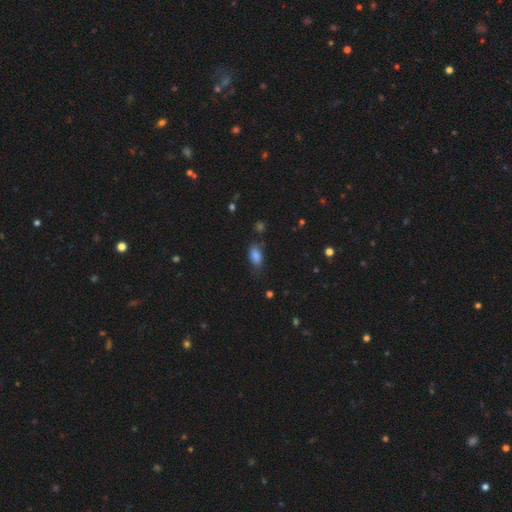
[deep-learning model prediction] Smooth or featured: smooth — 83% (star or artifact — 9%)
How rounded: in between — 89% (cigar-shaped — 6%)
Merging: none — 65% (minor disturbance — 25%)